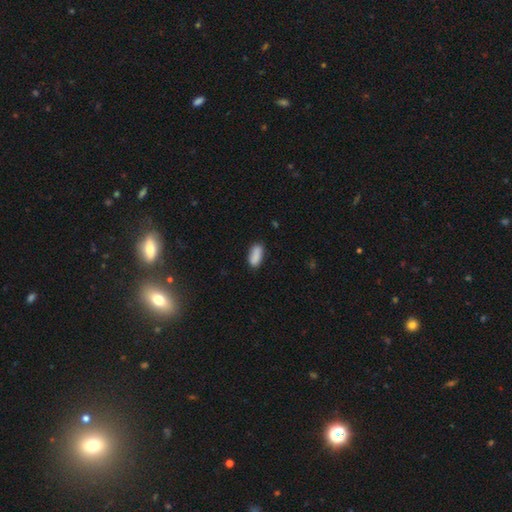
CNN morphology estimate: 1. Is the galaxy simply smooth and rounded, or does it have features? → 86% smooth, 7% star or artifact, 6% featured or disk.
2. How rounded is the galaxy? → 77% in between, 21% cigar-shaped, 3% round.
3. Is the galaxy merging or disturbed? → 76% none, 16% minor disturbance, 4% merger, 3% major disturbance.